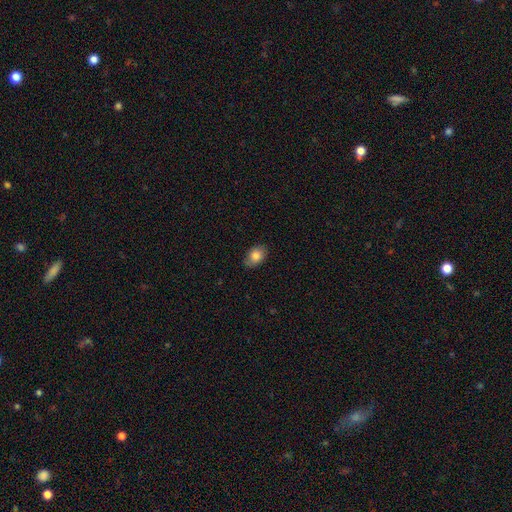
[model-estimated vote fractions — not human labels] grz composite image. It shows a smooth galaxy with no disk features (83%) that is in between round and cigar-shaped (79%). Merging: none (78%).